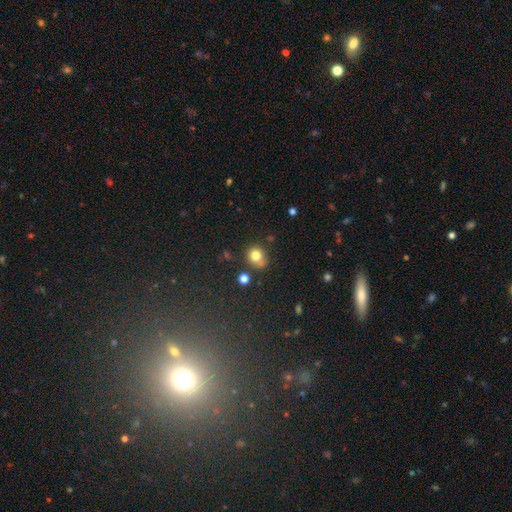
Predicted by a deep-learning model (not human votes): Smooth or featured?
  - smooth: 78% *
  - star or artifact: 13%
  - featured or disk: 9%
How rounded?
  - round: 83% *
  - in between: 16%
  - cigar-shaped: 1%
Merging?
  - none: 66% *
  - minor disturbance: 17%
  - merger: 12%
  - major disturbance: 5%